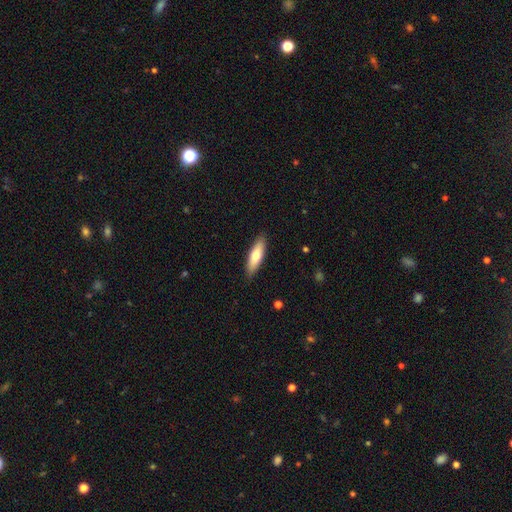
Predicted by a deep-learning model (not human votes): Q: Smooth or featured?
A: smooth (68%); runner-up: featured or disk (26%)
Q: How rounded?
A: cigar-shaped (56%); runner-up: in between (42%)
Q: Merging?
A: none (88%); runner-up: minor disturbance (9%)